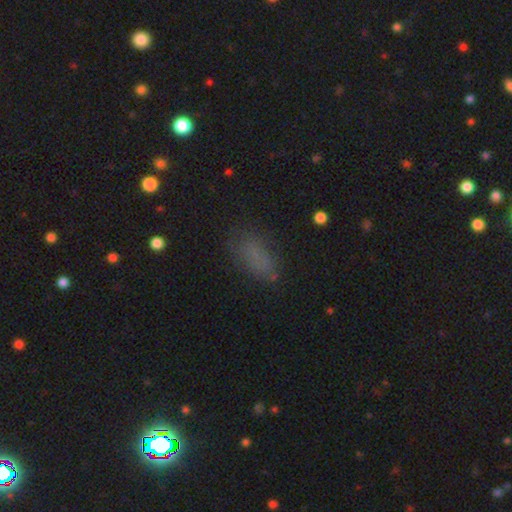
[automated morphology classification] smooth 75%, star or artifact 15%, featured or disk 11%. Down the decision tree: how rounded — in between (80%); merging — none (69%).